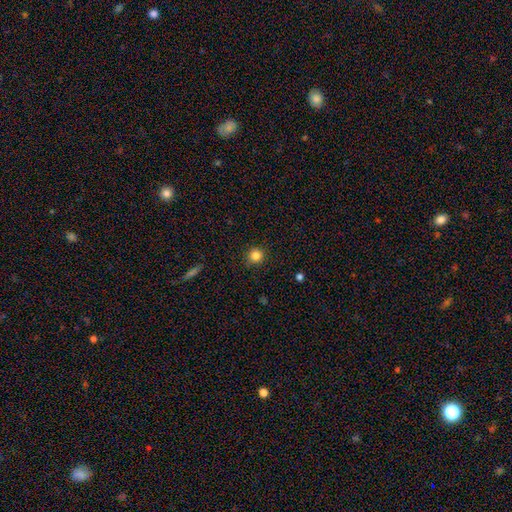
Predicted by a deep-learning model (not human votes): The model was most divided on "smooth or featured": smooth: 83%, star or artifact: 12%, featured or disk: 5%. More confident: how rounded — round (92%); merging — none (89%).